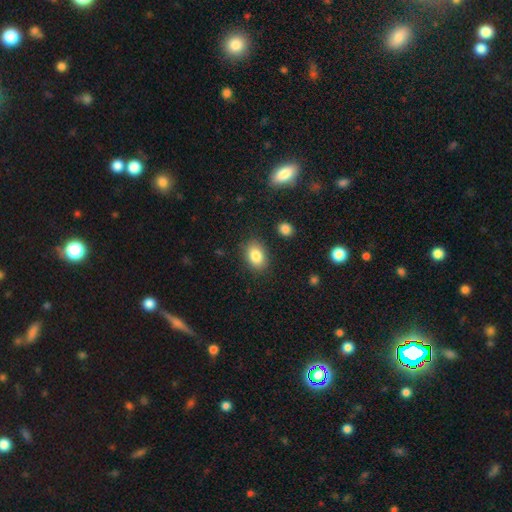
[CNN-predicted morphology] smooth_or_featured: smooth (p=0.84) [alt: star or artifact p=0.08]
how_rounded: in between (p=0.82) [alt: round p=0.17]
merging: none (p=0.85) [alt: minor disturbance p=0.10]